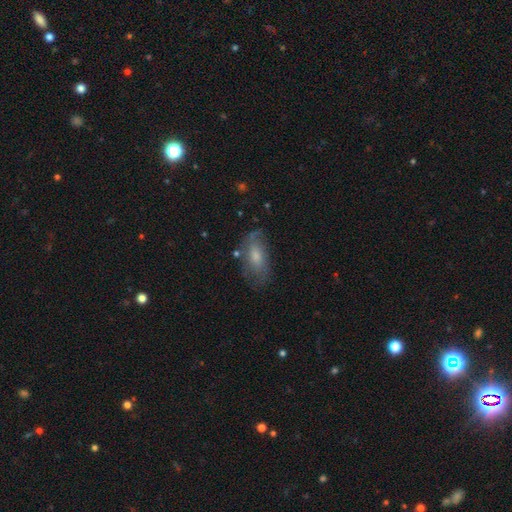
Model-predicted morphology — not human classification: A featured or disk galaxy (45%).

Vote fractions:
- Smooth or featured? featured or disk: 45% / smooth: 43% / star or artifact: 13%
- Merging? none: 65% / minor disturbance: 22% / major disturbance: 10% / merger: 2%